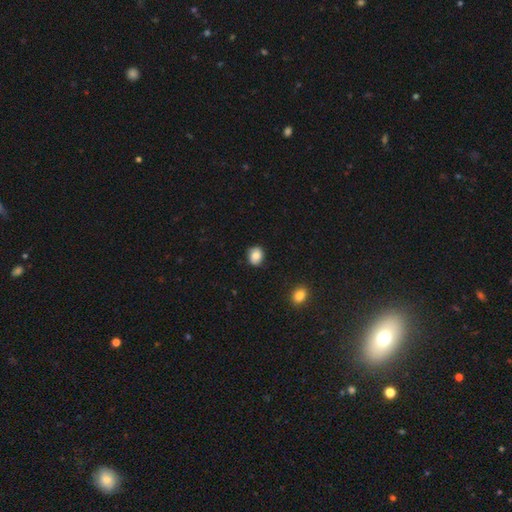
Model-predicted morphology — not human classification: Q: Smooth or featured?
A: smooth (84%); runner-up: star or artifact (9%)
Q: How rounded?
A: round (59%); runner-up: in between (40%)
Q: Merging?
A: none (84%); runner-up: minor disturbance (13%)